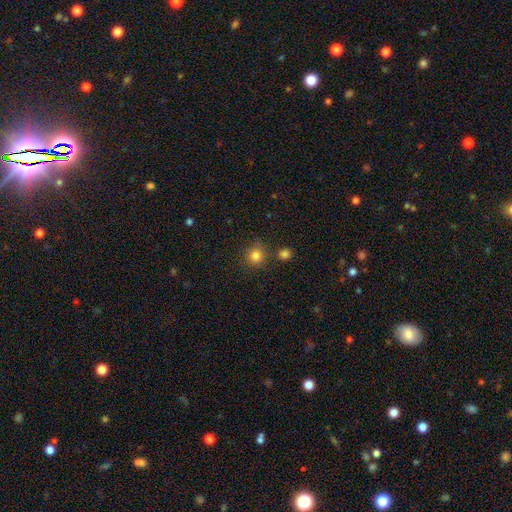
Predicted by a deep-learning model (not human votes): Overall: smooth (82%). How rounded: round (91%). Merging: none (77%).